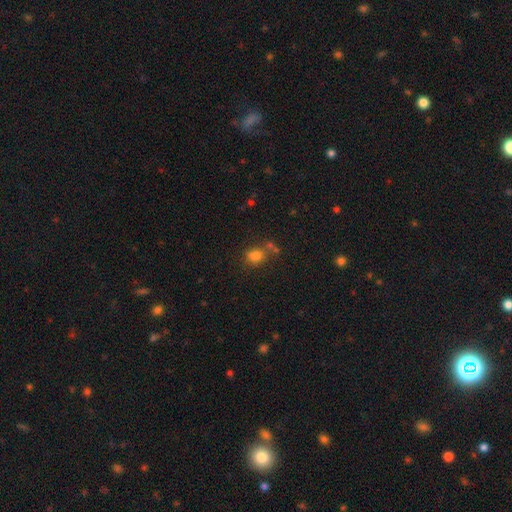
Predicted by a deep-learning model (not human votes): smooth-or-featured: smooth: 76% | star or artifact: 15% | featured or disk: 9%
  how-rounded: in between: 53% | round: 46% | cigar-shaped: 2%
  merging: none: 54% | merger: 21% | minor disturbance: 17% | major disturbance: 8%